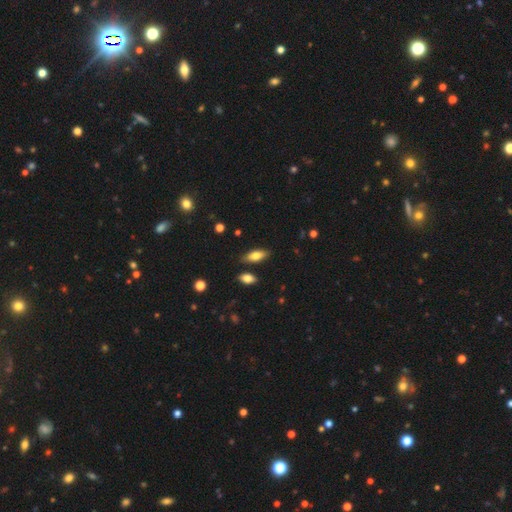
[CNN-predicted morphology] smooth-or-featured: smooth: 72% | featured or disk: 21% | star or artifact: 7%
  how-rounded: in between: 71% | cigar-shaped: 26% | round: 3%
  merging: none: 83% | minor disturbance: 11% | merger: 4% | major disturbance: 2%